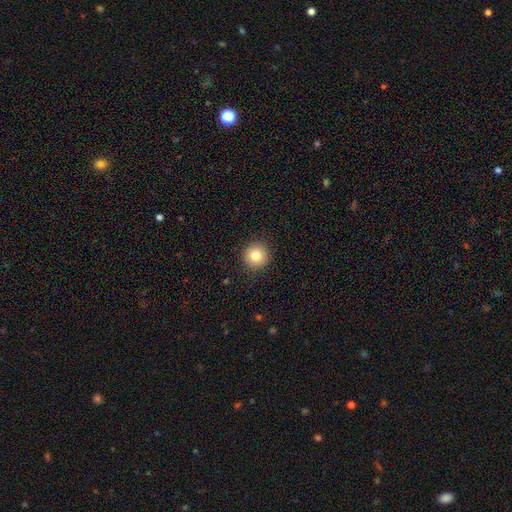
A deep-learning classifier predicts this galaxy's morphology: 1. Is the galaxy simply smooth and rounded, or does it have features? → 81% smooth, 10% star or artifact, 8% featured or disk.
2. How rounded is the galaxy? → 95% round, 4% in between, 1% cigar-shaped.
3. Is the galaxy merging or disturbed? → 91% none, 6% minor disturbance, 2% major disturbance, 1% merger.